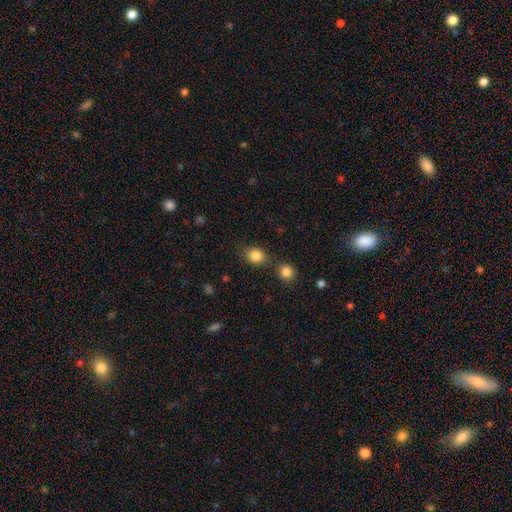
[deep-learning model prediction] Smooth or featured: smooth — 85% (star or artifact — 10%)
How rounded: in between — 51% (round — 48%)
Merging: none — 72% (minor disturbance — 12%)